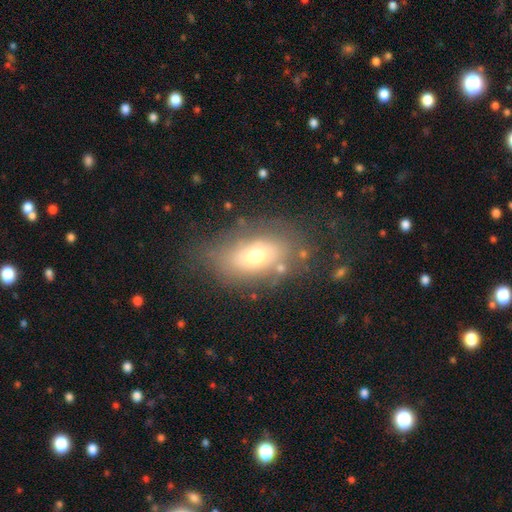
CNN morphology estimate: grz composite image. It shows a smooth galaxy with no disk features (61%) that is in between round and cigar-shaped (85%). Merging: none (66%).